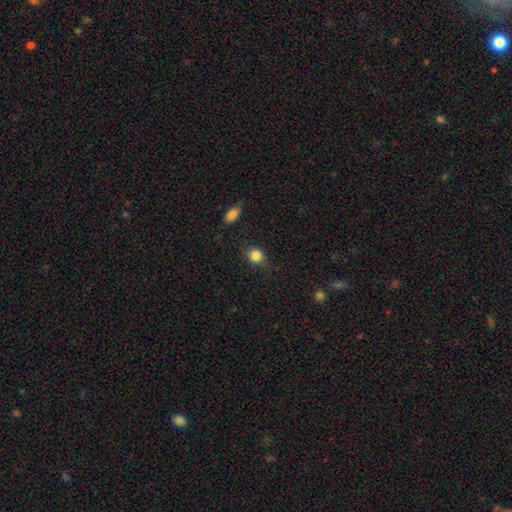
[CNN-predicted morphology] smooth_or_featured: smooth (p=0.84) [alt: star or artifact p=0.10]
how_rounded: round (p=0.67) [alt: in between p=0.32]
merging: none (p=0.78) [alt: minor disturbance p=0.16]